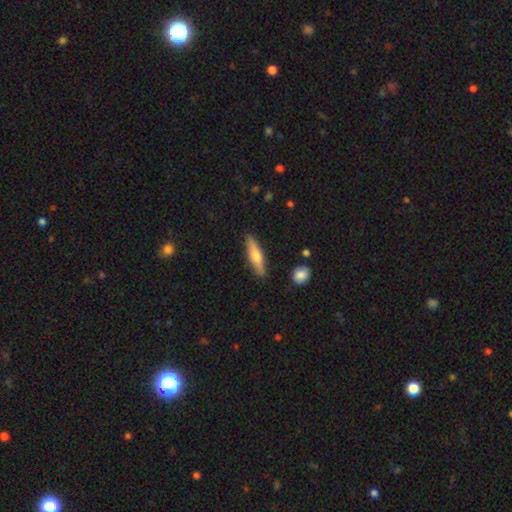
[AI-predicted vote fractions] smooth-or-featured: smooth: 49% | featured or disk: 45% | star or artifact: 6%
  merging: none: 89% | minor disturbance: 8% | major disturbance: 2% | merger: 2%